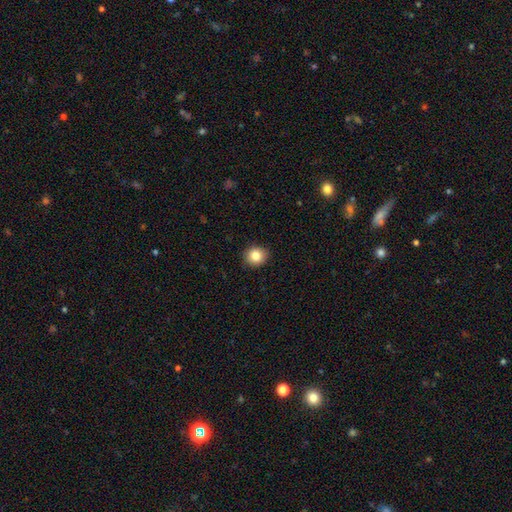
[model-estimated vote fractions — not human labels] This appears to be a smooth galaxy with no disk features (84%) that is round (85%). Merging: none (90%).